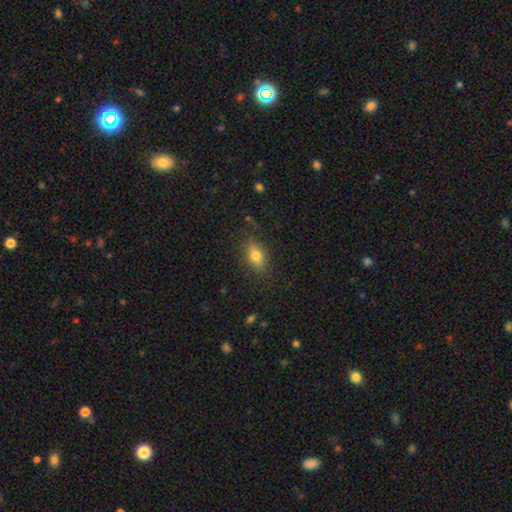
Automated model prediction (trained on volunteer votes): This is likely a smooth galaxy (71%). How rounded: clearly in between (80%). Merging: clearly none (81%).